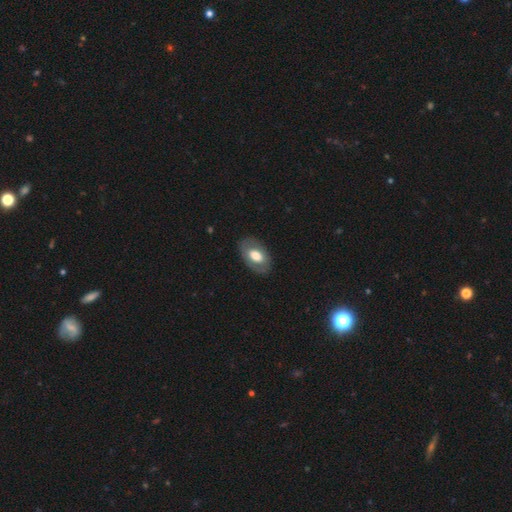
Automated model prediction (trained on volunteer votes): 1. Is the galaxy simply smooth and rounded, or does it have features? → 58% smooth, 36% featured or disk, 6% star or artifact.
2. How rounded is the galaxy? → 90% in between, 8% round, 1% cigar-shaped.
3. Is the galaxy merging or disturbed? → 83% none, 12% minor disturbance, 4% major disturbance, 1% merger.